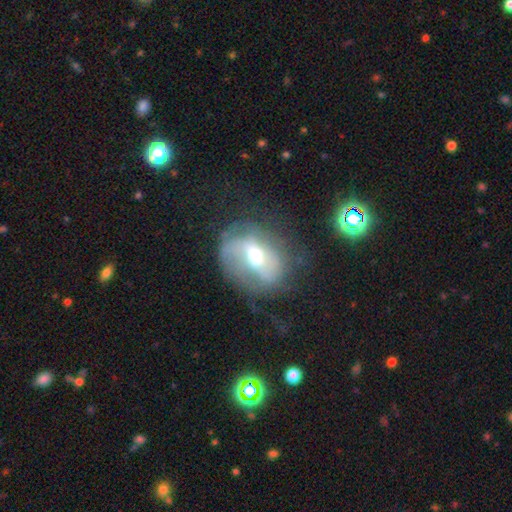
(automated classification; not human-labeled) Smooth or featured? Predicted: featured or disk (p=0.61). Edge-on disk? Predicted: no (p=0.94). Bar? Predicted: no (p=0.40). Spiral arms? Predicted: yes (p=0.59). Bulge size? Predicted: moderate (p=0.62). Merging? Predicted: none (p=0.47).